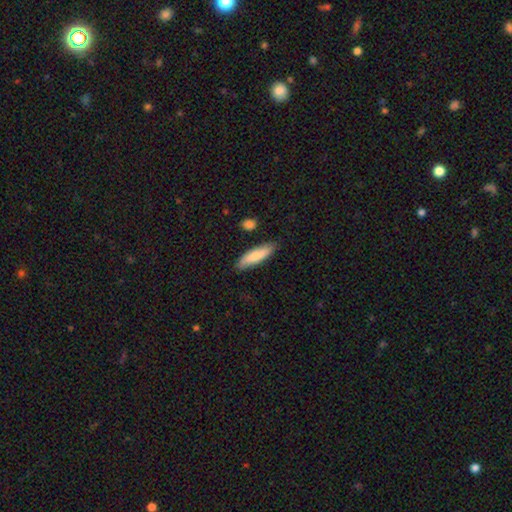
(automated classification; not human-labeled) Smooth or featured? smooth (78%)
How rounded? cigar-shaped (65%)
Merging? none (84%)